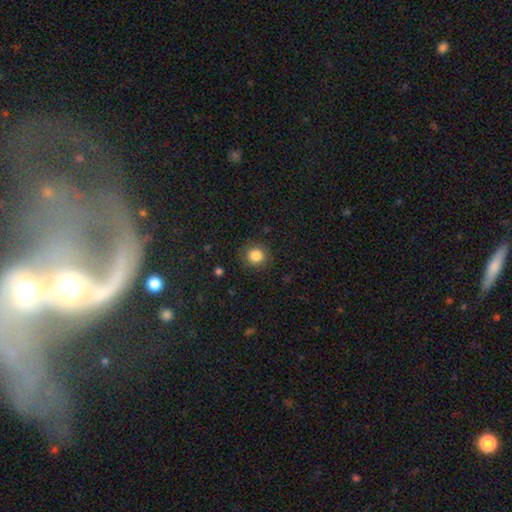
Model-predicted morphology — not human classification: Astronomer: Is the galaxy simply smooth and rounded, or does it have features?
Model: smooth — 85%.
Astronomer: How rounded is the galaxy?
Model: round — 90%.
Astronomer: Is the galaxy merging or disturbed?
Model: none — 87%.